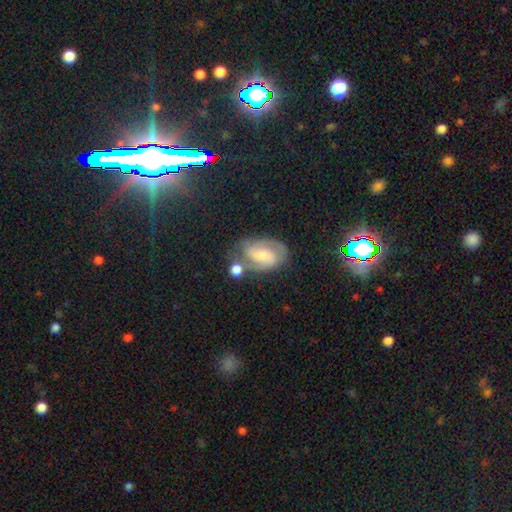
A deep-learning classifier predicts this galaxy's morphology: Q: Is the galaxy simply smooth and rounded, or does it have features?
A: featured or disk — 74%.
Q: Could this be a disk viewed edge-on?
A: no — 97%.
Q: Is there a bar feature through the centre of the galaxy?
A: weak — 49%.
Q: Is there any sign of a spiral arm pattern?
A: yes — 94%.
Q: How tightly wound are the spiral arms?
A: medium — 49%.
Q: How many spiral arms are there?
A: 2 — 81%.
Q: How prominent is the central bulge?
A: small — 52%.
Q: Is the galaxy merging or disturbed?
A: none — 60%.